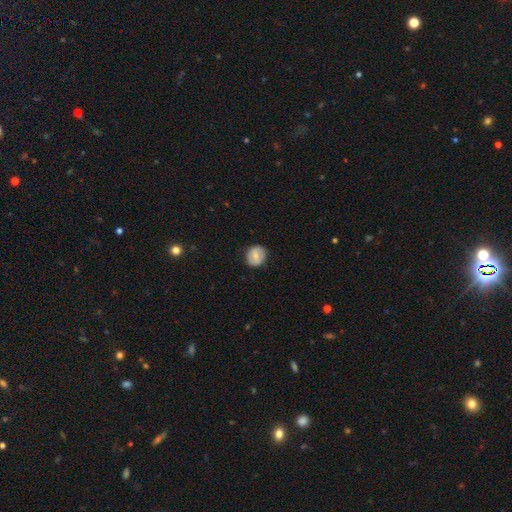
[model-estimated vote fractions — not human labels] Smooth or featured? smooth (59%)
How rounded? round (80%)
Merging? none (84%)